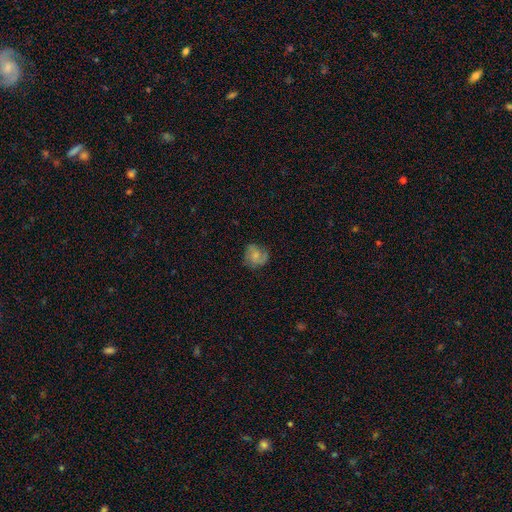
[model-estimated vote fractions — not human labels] Q: Smooth or featured?
A: smooth (53%); runner-up: featured or disk (39%)
Q: How rounded?
A: round (71%); runner-up: in between (28%)
Q: Merging?
A: none (65%); runner-up: minor disturbance (23%)